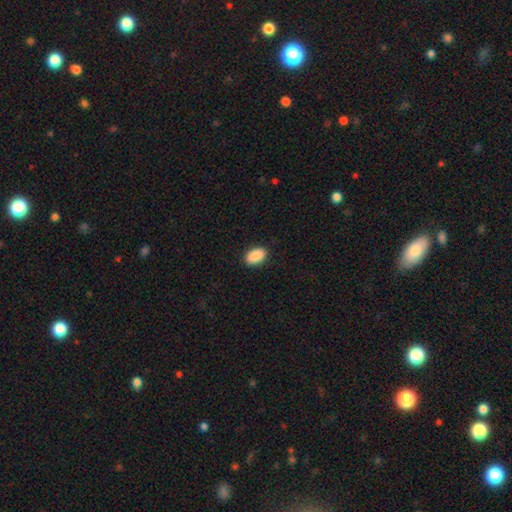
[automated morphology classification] A smooth galaxy with no disk features (91%) that is in between round and cigar-shaped (93%). Merging: none (90%).